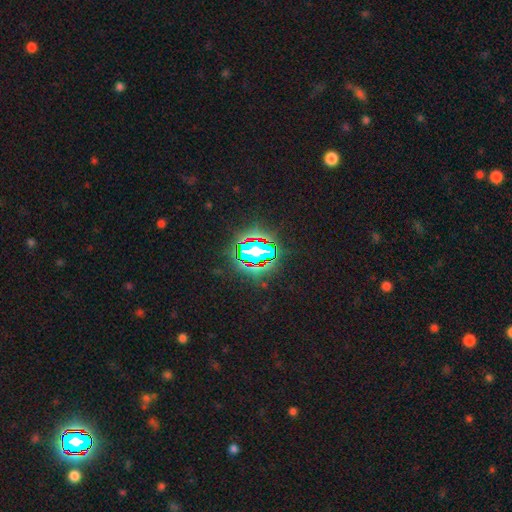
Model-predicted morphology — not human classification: smooth_or_featured: star or artifact (p=0.80) [alt: smooth p=0.13]